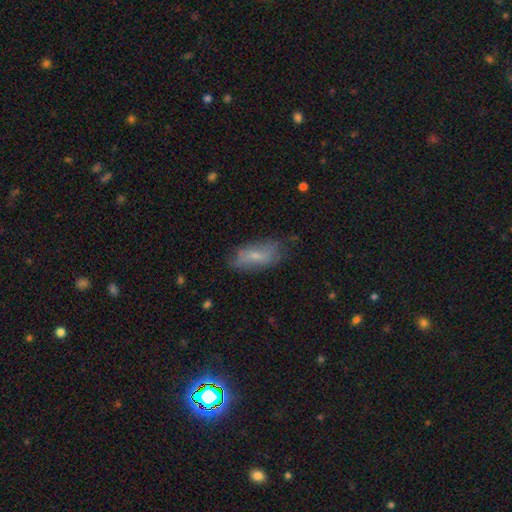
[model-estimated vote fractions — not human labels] This is likely a smooth galaxy (62%). How rounded: clearly in between (81%). Merging: likely none (65%).